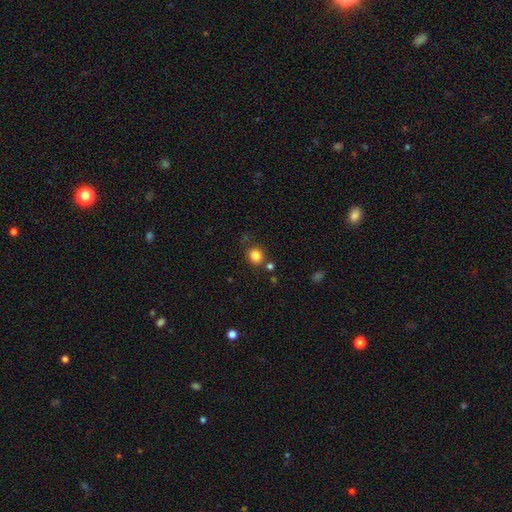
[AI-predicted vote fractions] Overall: smooth (83%). How rounded: round (83%). Merging: none (78%).